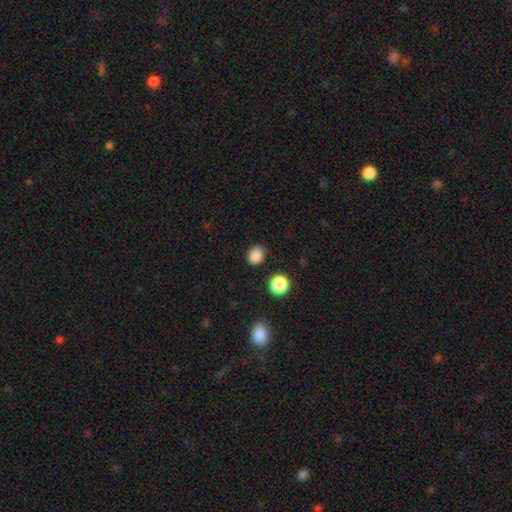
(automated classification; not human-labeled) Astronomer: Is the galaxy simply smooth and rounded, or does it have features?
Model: smooth — 84%.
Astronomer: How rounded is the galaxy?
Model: round — 61% (runner-up: in between, 38%).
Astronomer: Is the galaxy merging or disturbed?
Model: none — 82%.